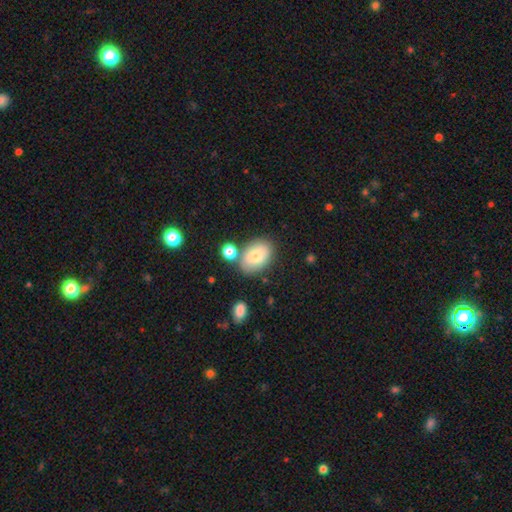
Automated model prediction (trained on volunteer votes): Morphology: type=smooth (78%); roundness=in between (82%); merging=none (67%).